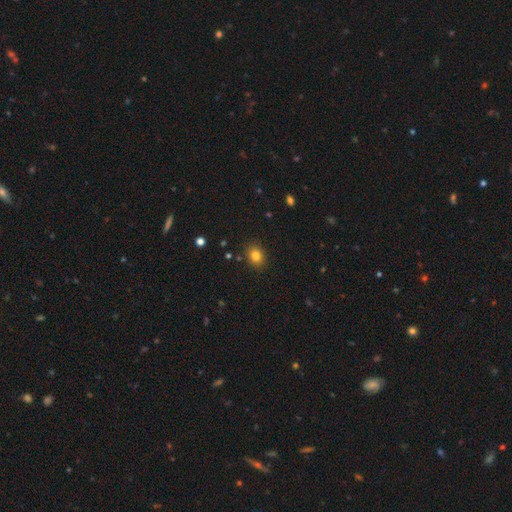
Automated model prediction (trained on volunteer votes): Q: Smooth or featured?
A: smooth (82%); runner-up: star or artifact (12%)
Q: How rounded?
A: in between (51%); runner-up: round (49%)
Q: Merging?
A: none (88%); runner-up: minor disturbance (9%)